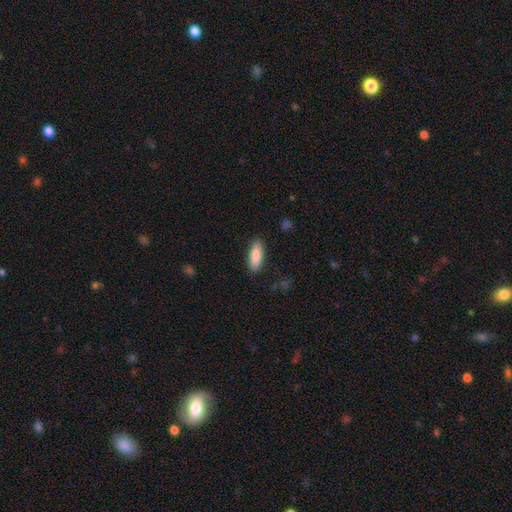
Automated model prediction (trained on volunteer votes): smooth 86%, featured or disk 8%, star or artifact 6%. Down the decision tree: how rounded — in between (67%); merging — none (88%).